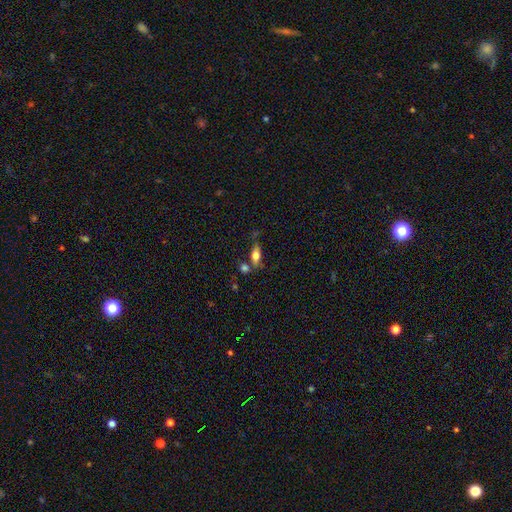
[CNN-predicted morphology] Overall: smooth (67%). How rounded: in between (75%). Merging: none (59%).